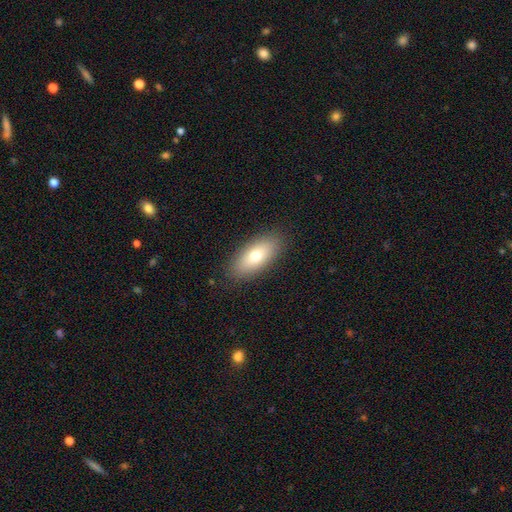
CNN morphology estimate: smooth-or-featured: smooth: 74% | featured or disk: 19% | star or artifact: 8%
  how-rounded: in between: 84% | cigar-shaped: 13% | round: 3%
  merging: none: 88% | minor disturbance: 9% | major disturbance: 2% | merger: 1%